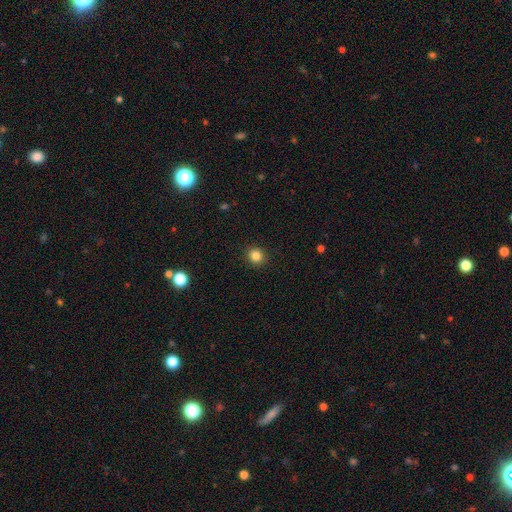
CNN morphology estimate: smooth 84%, star or artifact 11%, featured or disk 4%. Down the decision tree: how rounded — round (87%); merging — none (92%).